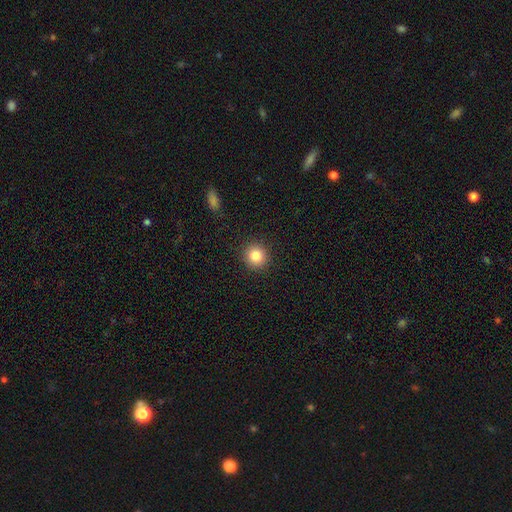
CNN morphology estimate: type=smooth (84%); roundness=round (92%); merging=none (92%).